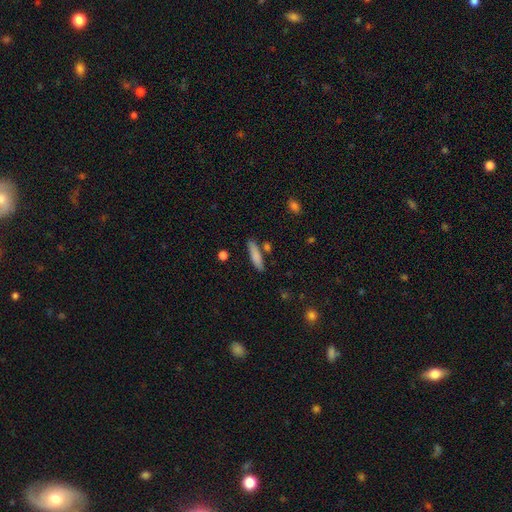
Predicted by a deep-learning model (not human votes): This is clearly a smooth galaxy (81%). How rounded: likely cigar-shaped (76%). Merging: likely none (79%).